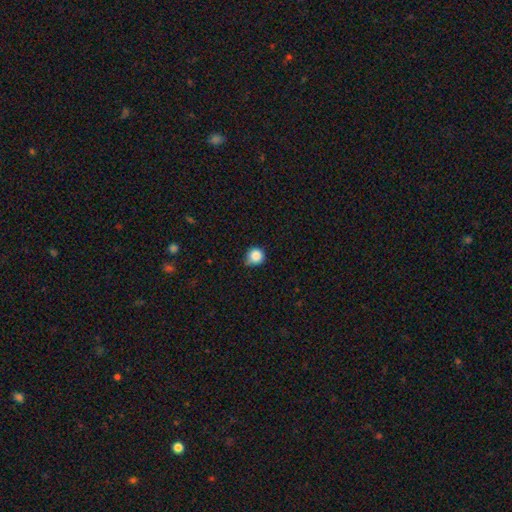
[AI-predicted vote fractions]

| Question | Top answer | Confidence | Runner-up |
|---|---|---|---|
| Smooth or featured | smooth | 85% | star or artifact (10%) |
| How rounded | round | 91% | in between (9%) |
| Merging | none | 59% | minor disturbance (34%) |